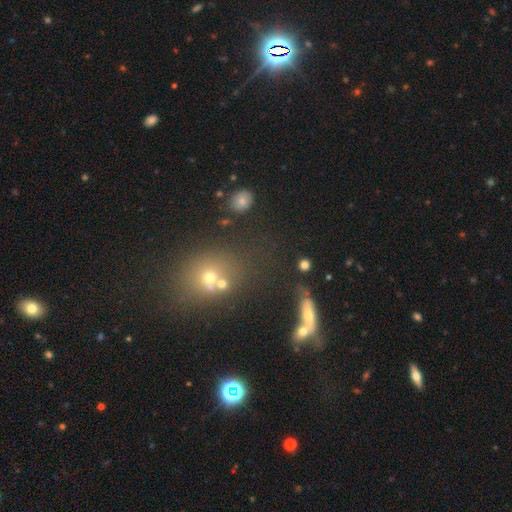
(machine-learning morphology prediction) type=smooth (48%); merging=none (55%).